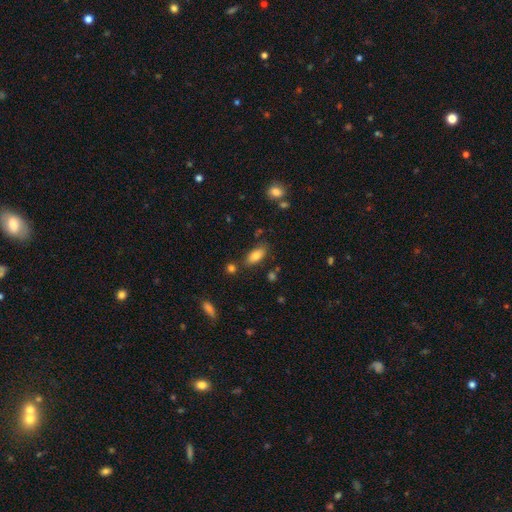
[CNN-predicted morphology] smooth_or_featured: smooth (p=0.82) [alt: featured or disk p=0.09]
how_rounded: in between (p=0.88) [alt: cigar-shaped p=0.09]
merging: none (p=0.77) [alt: minor disturbance p=0.14]